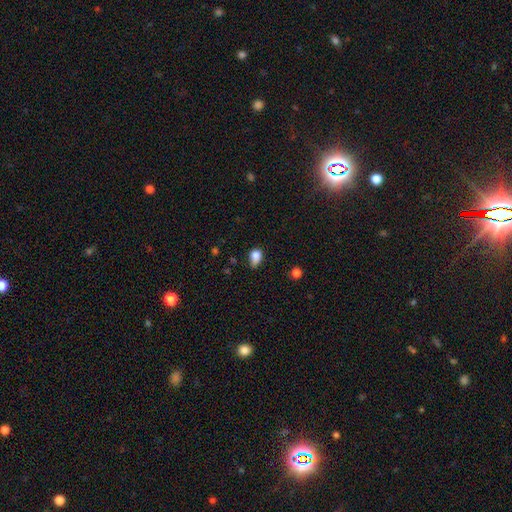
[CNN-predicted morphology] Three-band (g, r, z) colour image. It shows a smooth galaxy with no disk features (80%) that is in between round and cigar-shaped (61%). Merging: minor disturbance (40%).